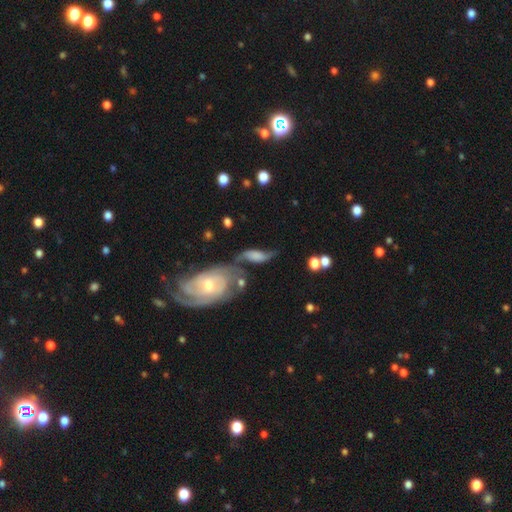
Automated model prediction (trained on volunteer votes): Morphology: type=featured or disk (59%); edge-on=no (89%); bar=no (54%); spiral arms=yes (87%); bulge=none (36%); merging=none (38%).